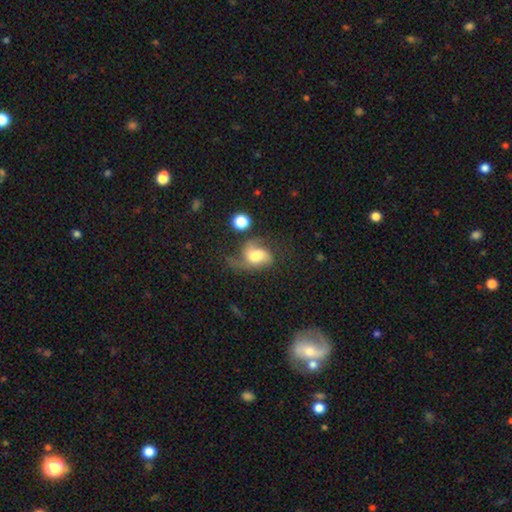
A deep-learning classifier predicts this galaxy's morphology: Smooth or featured? featured or disk (56%)
Edge-on disk? no (97%)
Bar? no (52%)
Spiral arms? yes (83%)
Bulge size? moderate (43%)
Merging? major disturbance (39%)